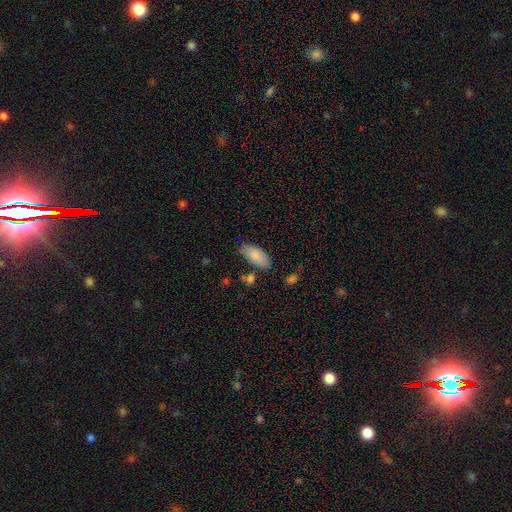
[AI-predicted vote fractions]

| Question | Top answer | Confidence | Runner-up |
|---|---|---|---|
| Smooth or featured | smooth | 84% | featured or disk (10%) |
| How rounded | in between | 90% | cigar-shaped (8%) |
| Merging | none | 76% | minor disturbance (17%) |